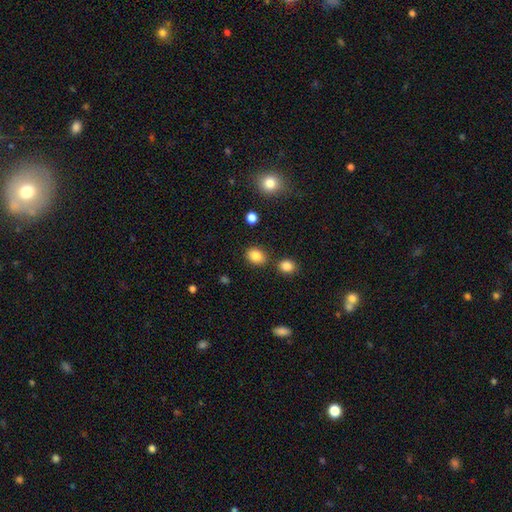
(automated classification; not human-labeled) This appears to be a smooth galaxy with no disk features (86%) that is in between round and cigar-shaped (55%). Merging: none (79%).